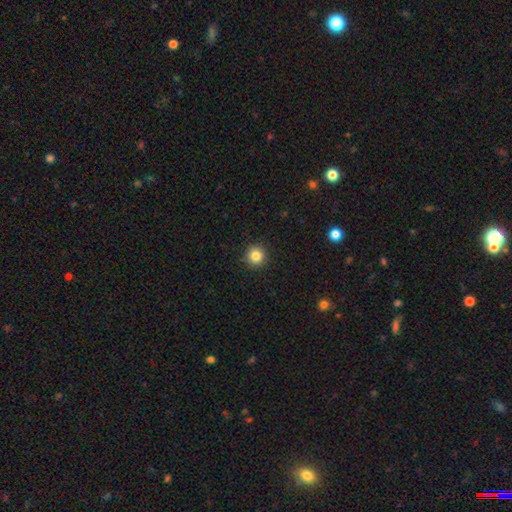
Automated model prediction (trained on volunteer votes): A smooth galaxy with no disk features (84%) that is round (95%).

Vote fractions:
- Smooth or featured? smooth: 84% / star or artifact: 11% / featured or disk: 5%
- How rounded? round: 95% / in between: 4% / cigar-shaped: 1%
- Merging? none: 93% / minor disturbance: 5% / major disturbance: 2% / merger: 1%